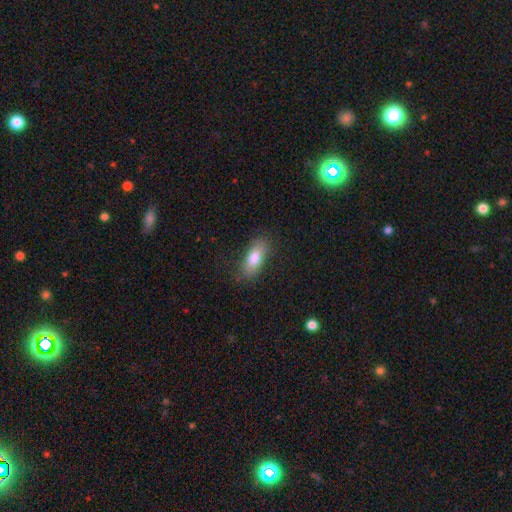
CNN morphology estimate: Smooth or featured? Predicted: smooth (p=0.75). How rounded? Predicted: in between (p=0.74). Merging? Predicted: none (p=0.80).